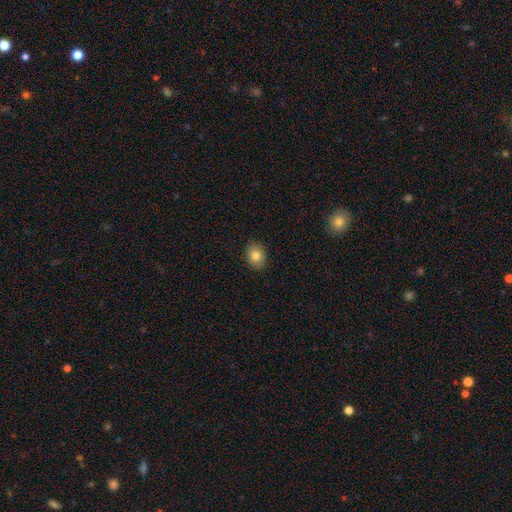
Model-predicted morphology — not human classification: Smooth or featured?
  - smooth: 81% *
  - featured or disk: 10%
  - star or artifact: 9%
How rounded?
  - in between: 56% *
  - round: 44%
  - cigar-shaped: 1%
Merging?
  - none: 89% *
  - minor disturbance: 8%
  - major disturbance: 2%
  - merger: 1%